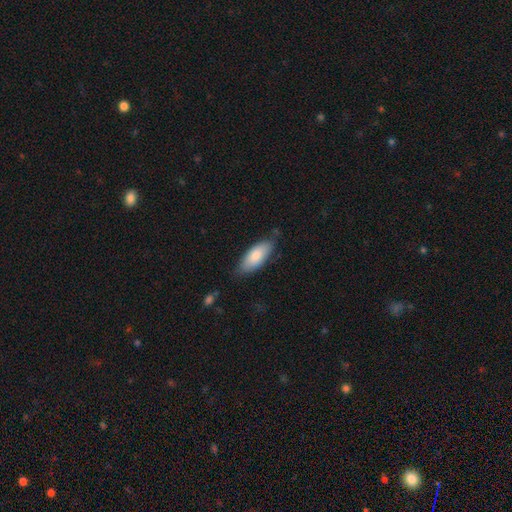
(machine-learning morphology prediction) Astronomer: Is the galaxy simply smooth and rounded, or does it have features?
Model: smooth — 82%.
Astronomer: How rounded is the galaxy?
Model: in between — 82%.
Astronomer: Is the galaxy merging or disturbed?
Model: none — 76%.